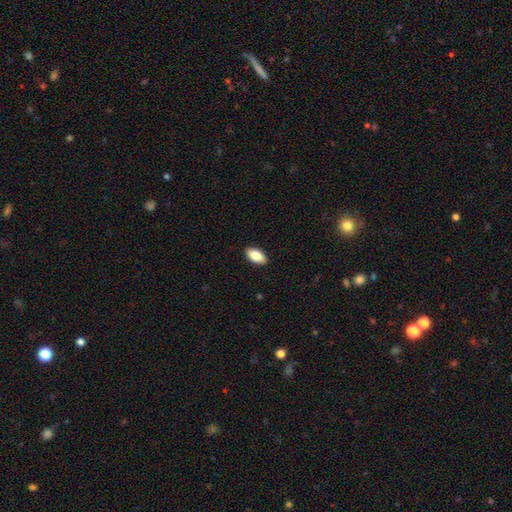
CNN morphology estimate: smooth-or-featured: smooth: 83% | featured or disk: 11% | star or artifact: 6%
  how-rounded: in between: 93% | cigar-shaped: 4% | round: 3%
  merging: none: 90% | minor disturbance: 7% | major disturbance: 2% | merger: 1%